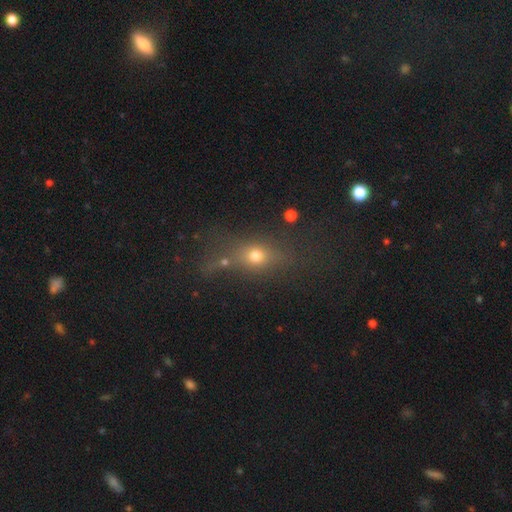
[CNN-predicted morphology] Overall: smooth (59%; star or artifact 23%). How rounded: in between (47%; round 41%). Merging: none (58%).